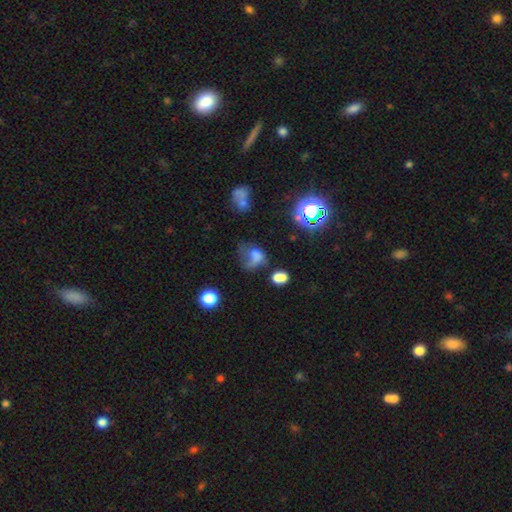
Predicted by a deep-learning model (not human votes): smooth_or_featured: smooth (p=0.51) [alt: featured or disk p=0.27]
how_rounded: in between (p=0.61) [alt: round p=0.38]
merging: major disturbance (p=0.43) [alt: none p=0.23]